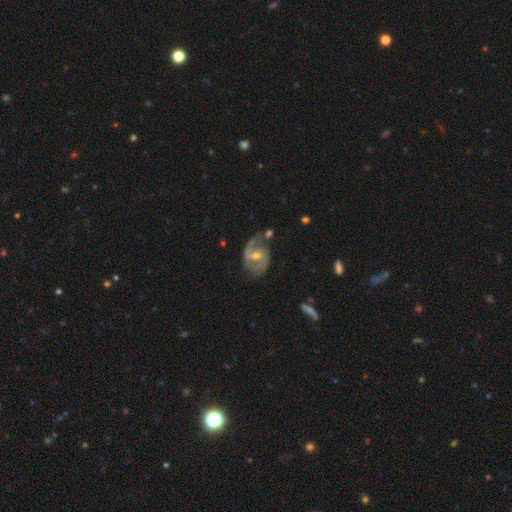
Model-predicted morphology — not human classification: smooth-or-featured: featured or disk: 85% | smooth: 9% | star or artifact: 6%
  disk-edge-on: no: 97% | yes: 3%
    bar: weak: 53% | no: 25% | strong: 22%
    has-spiral-arms: yes: 94% | no: 6%
      spiral-winding: medium: 49% | loose: 35% | tight: 17%
      spiral-arm-count: 2: 81% | 1: 9% | can't tell: 6% | 3: 2% | 4: 1% | more than 4: 1%
    bulge-size: moderate: 49% | small: 47% | none: 2% | large: 2% | dominant: 1%
  merging: none: 60% | minor disturbance: 22% | major disturbance: 13% | merger: 5%